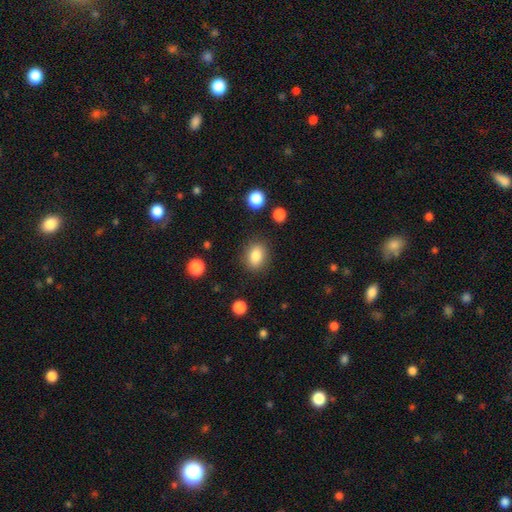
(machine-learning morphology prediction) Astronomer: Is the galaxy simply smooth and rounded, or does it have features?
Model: smooth — 85%.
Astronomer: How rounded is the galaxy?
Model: in between — 64%.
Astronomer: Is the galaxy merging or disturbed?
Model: none — 84%.